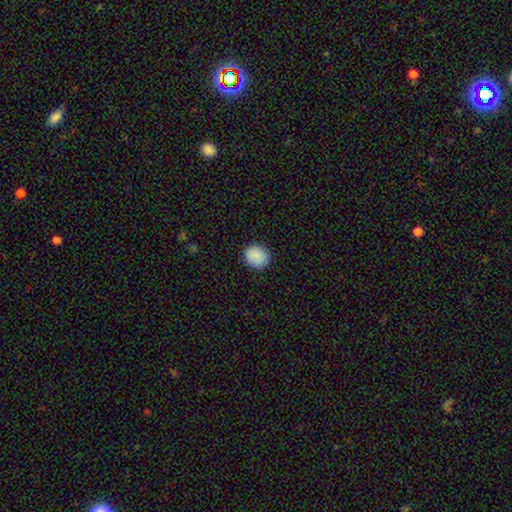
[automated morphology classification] Q: Smooth or featured?
A: smooth (88%); runner-up: star or artifact (8%)
Q: How rounded?
A: round (75%); runner-up: in between (24%)
Q: Merging?
A: none (87%); runner-up: minor disturbance (10%)